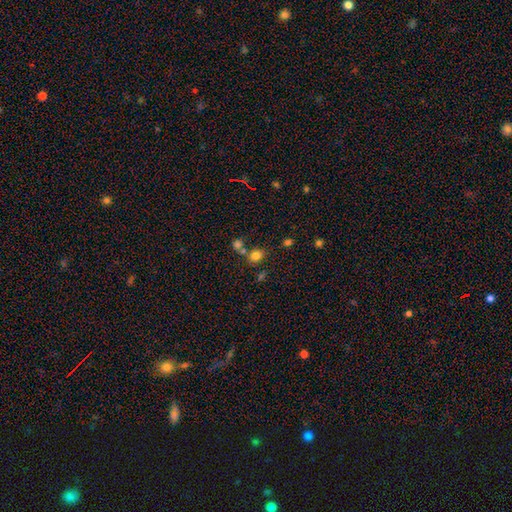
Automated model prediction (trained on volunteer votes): Smooth or featured? smooth (79%)
How rounded? round (52%)
Merging? none (64%)